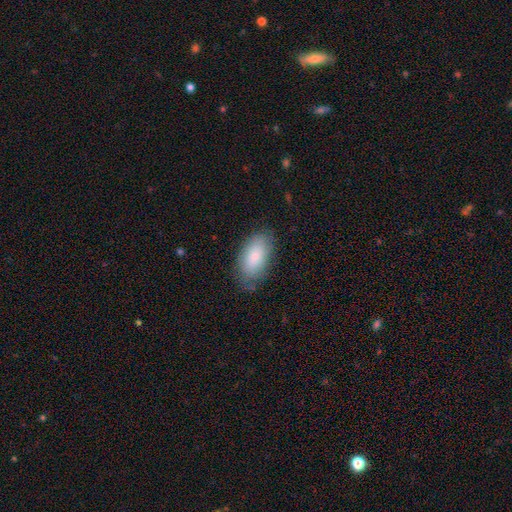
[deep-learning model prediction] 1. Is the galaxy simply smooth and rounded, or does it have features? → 82% smooth, 11% featured or disk, 6% star or artifact.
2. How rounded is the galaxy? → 93% in between, 4% round, 3% cigar-shaped.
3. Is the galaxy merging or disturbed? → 75% none, 19% minor disturbance, 5% major disturbance, 1% merger.